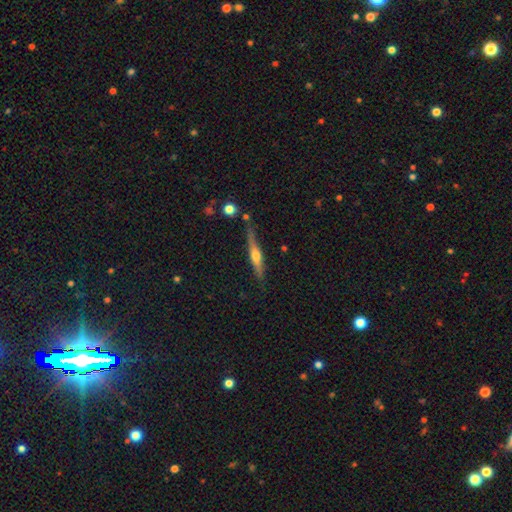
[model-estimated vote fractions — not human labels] The model was most divided on "smooth or featured": featured or disk: 63%, smooth: 31%, star or artifact: 7%. More confident: edge-on disk — yes (96%); edge-on bulge — rounded (87%); merging — none (74%).